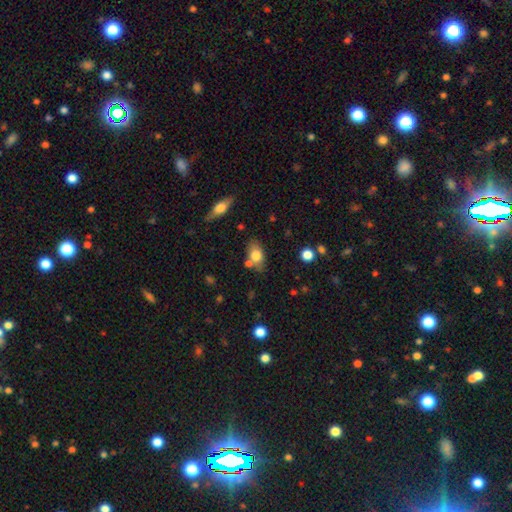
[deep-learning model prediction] A smooth galaxy with no disk features (76%) that is in between round and cigar-shaped (84%). Merging: none (66%).